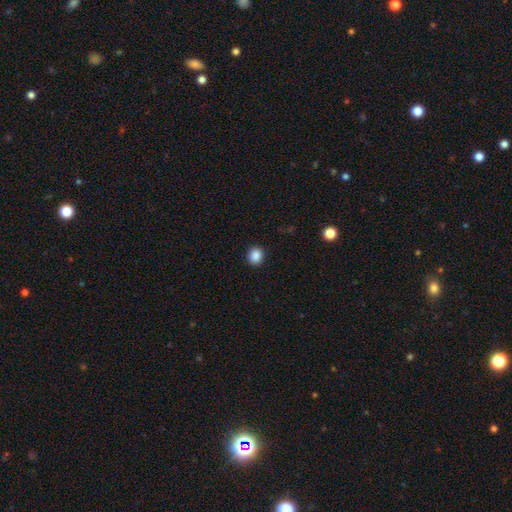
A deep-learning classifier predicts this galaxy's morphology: A smooth galaxy with no disk features (88%) that is round (80%).

Vote fractions:
- Smooth or featured? smooth: 88% / star or artifact: 9% / featured or disk: 3%
- How rounded? round: 80% / in between: 19% / cigar-shaped: 1%
- Merging? none: 92% / minor disturbance: 5% / major disturbance: 2% / merger: 1%